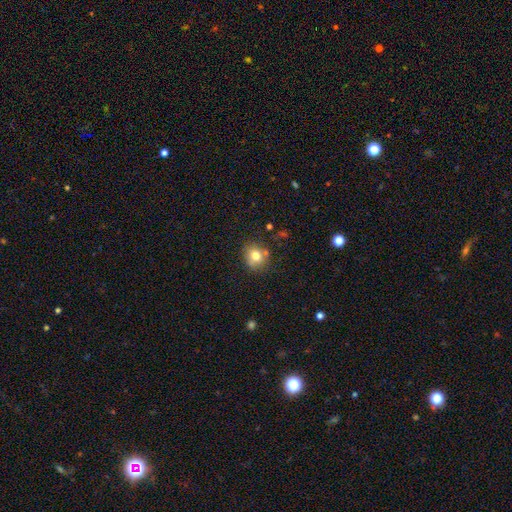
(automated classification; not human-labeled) The model was most divided on "merging": none: 76%, minor disturbance: 15%, merger: 6%, major disturbance: 3%. More confident: how rounded — round (81%); smooth or featured — smooth (78%).